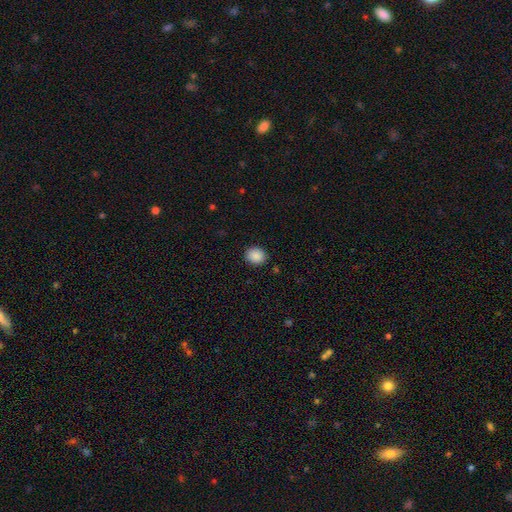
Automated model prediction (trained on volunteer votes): Smooth or featured? Predicted: smooth (p=0.89). How rounded? Predicted: round (p=0.68). Merging? Predicted: none (p=0.89).